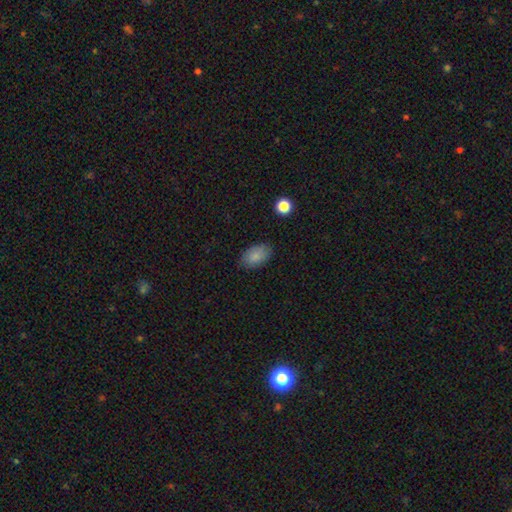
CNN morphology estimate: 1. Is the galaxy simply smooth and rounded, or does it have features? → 85% smooth, 8% star or artifact, 7% featured or disk.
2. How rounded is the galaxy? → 90% in between, 8% round, 1% cigar-shaped.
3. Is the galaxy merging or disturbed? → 83% none, 13% minor disturbance, 3% major disturbance, 1% merger.